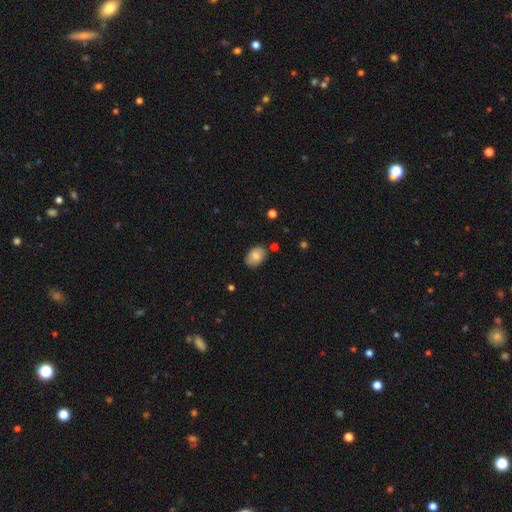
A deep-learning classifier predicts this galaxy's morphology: This is likely a smooth galaxy (80%). How rounded: clearly in between (85%). Merging: clearly none (80%).